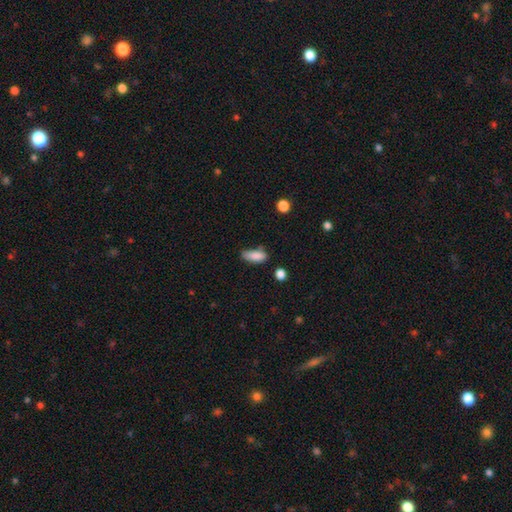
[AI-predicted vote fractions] Q: Smooth or featured?
A: smooth (85%); runner-up: star or artifact (8%)
Q: How rounded?
A: in between (78%); runner-up: cigar-shaped (18%)
Q: Merging?
A: none (54%); runner-up: minor disturbance (34%)